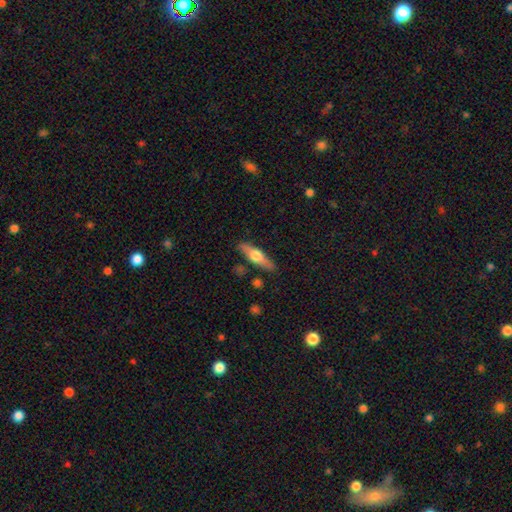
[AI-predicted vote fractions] featured or disk 50%, smooth 44%, star or artifact 6%. Down the decision tree: edge-on disk — yes (90%); merging — none (85%).